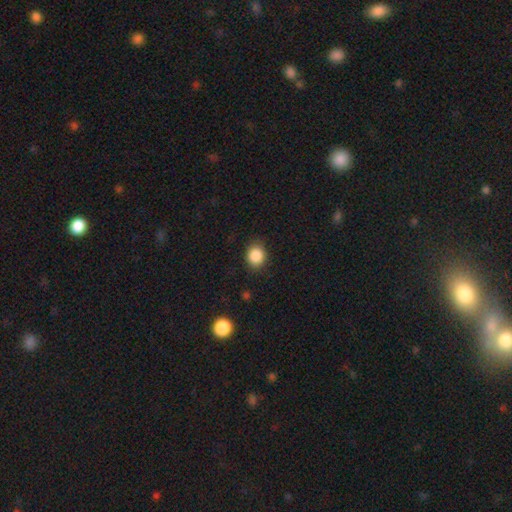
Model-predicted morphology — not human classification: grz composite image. It shows a smooth galaxy with no disk features (87%) that is round (68%). Merging: none (84%).